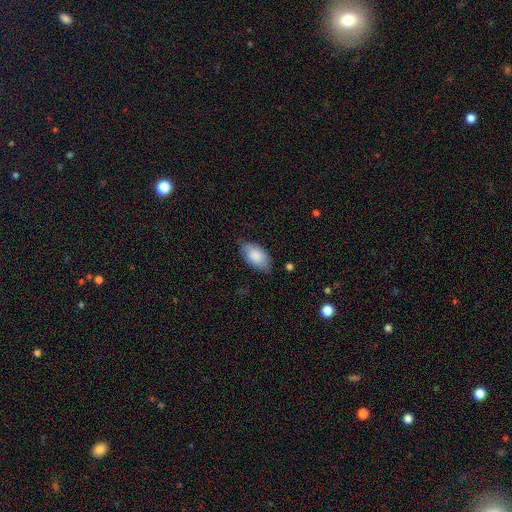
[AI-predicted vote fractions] Smooth or featured? smooth (85%)
How rounded? in between (95%)
Merging? none (74%)